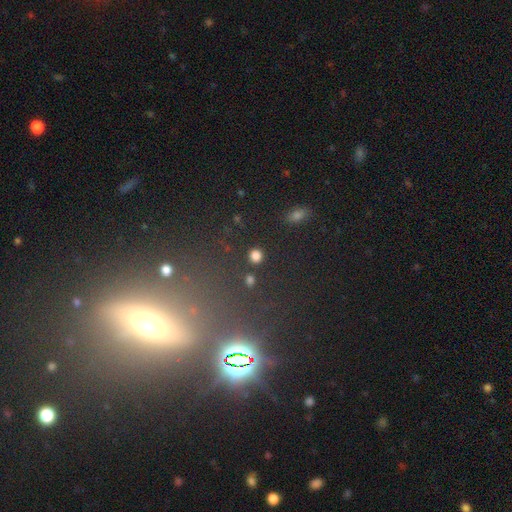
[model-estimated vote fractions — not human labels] Smooth or featured? Predicted: smooth (p=0.81). How rounded? Predicted: round (p=0.89). Merging? Predicted: none (p=0.87).